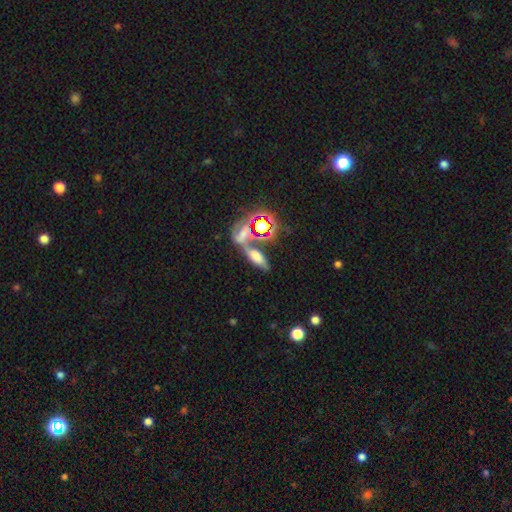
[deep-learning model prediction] Smooth or featured: smooth — 48% (star or artifact — 26%)
Merging: merger — 44% (none — 34%)